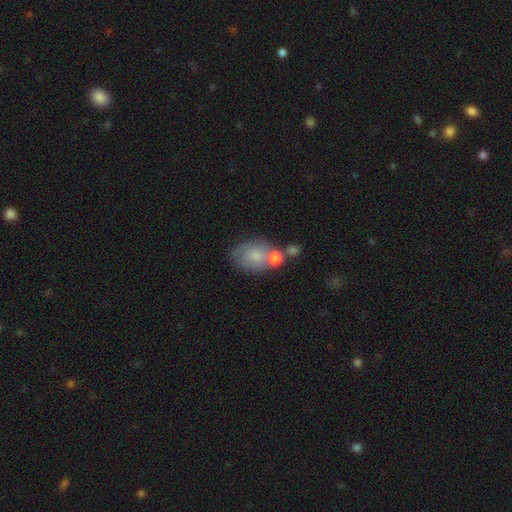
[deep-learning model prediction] Smooth or featured?
  - smooth: 62% *
  - featured or disk: 29%
  - star or artifact: 9%
How rounded?
  - in between: 72% *
  - round: 26%
  - cigar-shaped: 2%
Merging?
  - merger: 36% * (tied)
  - none: 36% * (tied)
  - minor disturbance: 19%
  - major disturbance: 10%